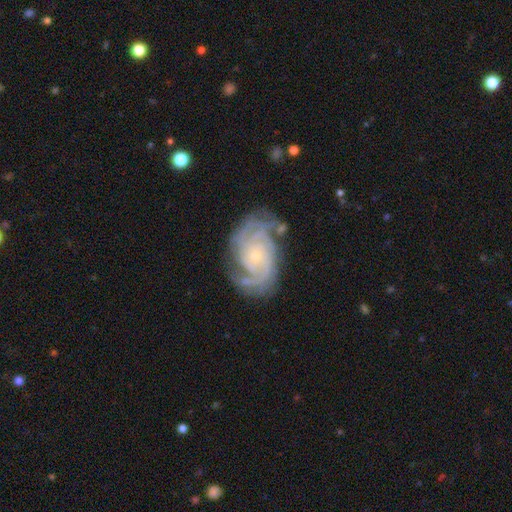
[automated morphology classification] Smooth or featured? featured or disk (90%)
Edge-on disk? no (97%)
Bar? no (75%)
Spiral arms? yes (98%)
Spiral winding? tight (71%)
Spiral arm count? 2 (29%)
Bulge size? small (80%)
Merging? none (72%)